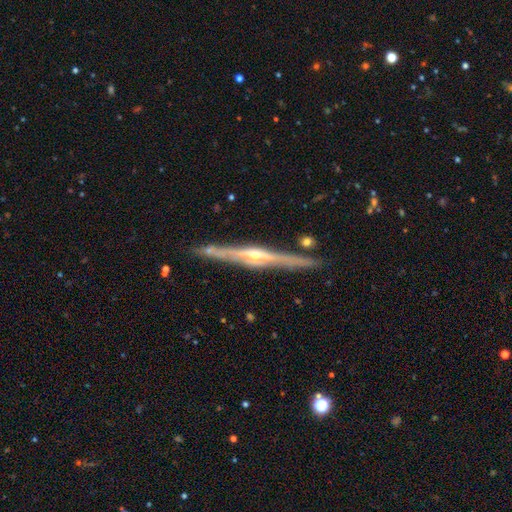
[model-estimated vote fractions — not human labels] Q: Smooth or featured?
A: featured or disk (87%); runner-up: smooth (8%)
Q: Edge-on disk?
A: yes (98%); runner-up: no (2%)
Q: Edge-on bulge?
A: rounded (85%); runner-up: boxy (8%)
Q: Merging?
A: none (88%); runner-up: minor disturbance (8%)